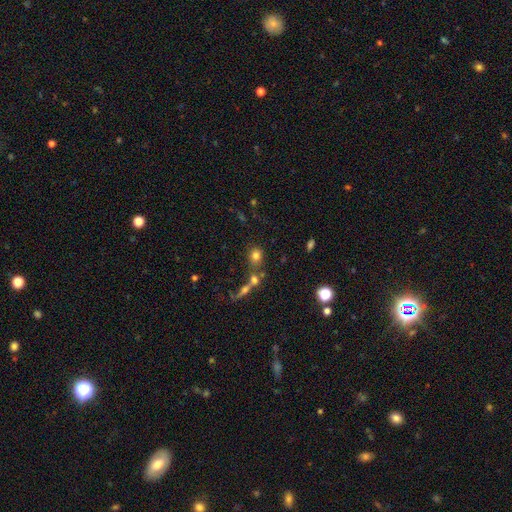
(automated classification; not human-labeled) A smooth galaxy with no disk features (75%) that is round (66%). Merging: none (59%).